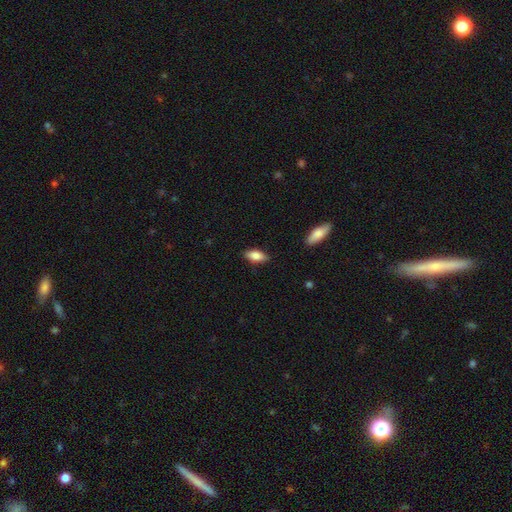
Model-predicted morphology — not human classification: Q: Smooth or featured?
A: smooth (80%); runner-up: featured or disk (13%)
Q: How rounded?
A: in between (82%); runner-up: cigar-shaped (15%)
Q: Merging?
A: none (86%); runner-up: minor disturbance (10%)